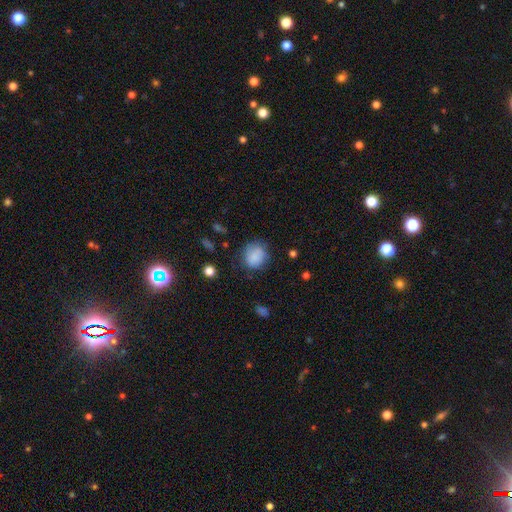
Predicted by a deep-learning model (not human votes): smooth-or-featured: smooth: 82% | featured or disk: 9% | star or artifact: 9%
  how-rounded: round: 77% | in between: 22% | cigar-shaped: 1%
  merging: none: 69% | minor disturbance: 21% | major disturbance: 8% | merger: 3%